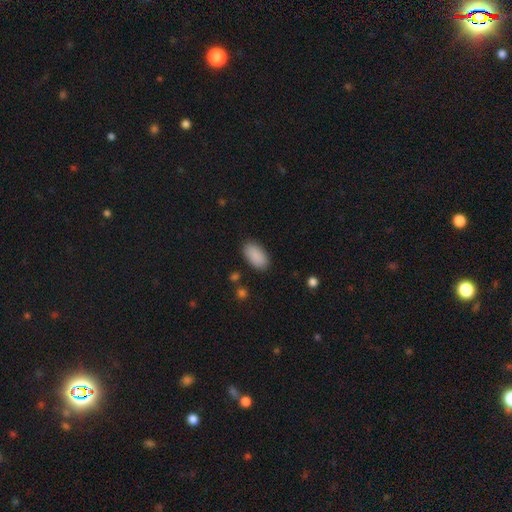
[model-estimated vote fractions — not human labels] Smooth or featured? Predicted: smooth (p=0.90). How rounded? Predicted: in between (p=0.94). Merging? Predicted: none (p=0.87).